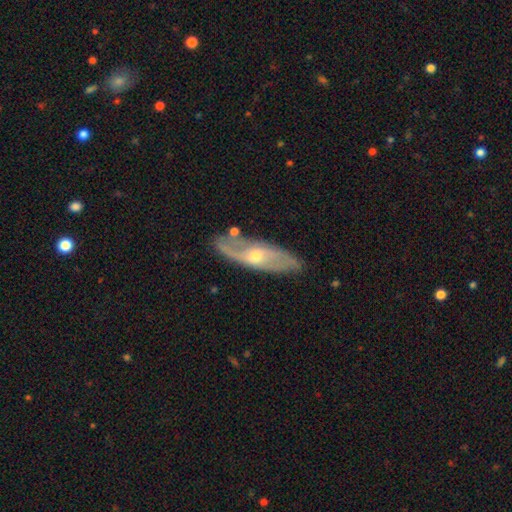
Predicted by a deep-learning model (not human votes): The model was most divided on "bulge size": moderate: 54%, small: 42%, large: 2%, none: 1%, dominant: 1%. More confident: spiral arms — yes (80%); merging — none (77%); smooth or featured — featured or disk (75%); edge-on disk — no (70%); bar — no (61%).